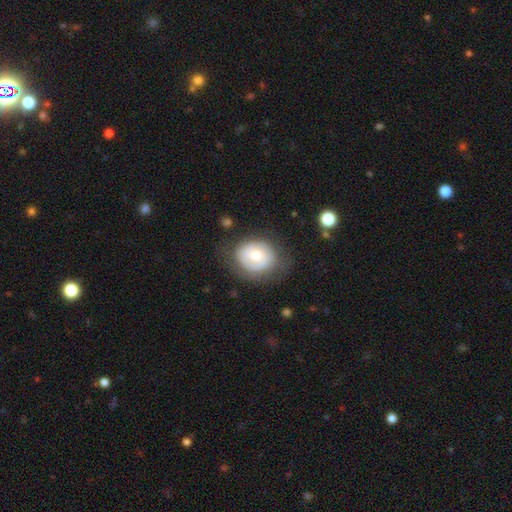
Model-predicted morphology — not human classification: The model was most divided on "smooth or featured": smooth: 50%, featured or disk: 43%, star or artifact: 7%. More confident: merging — none (68%).